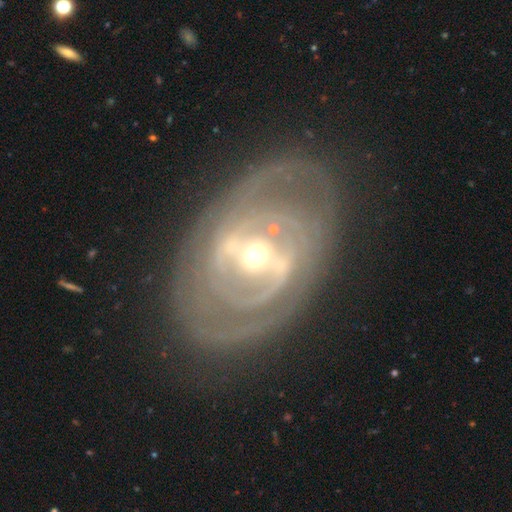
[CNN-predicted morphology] This is clearly a featured or disk galaxy (87%). It is clearly not viewed edge-on (95%). Bar: marginally strong (38%). Spiral arm pattern: clearly yes (88%). Spiral arm count: possibly 2 (46%). Spiral winding: likely tight (64%). Central bulge: possibly moderate (49%). Merging: likely none (71%).